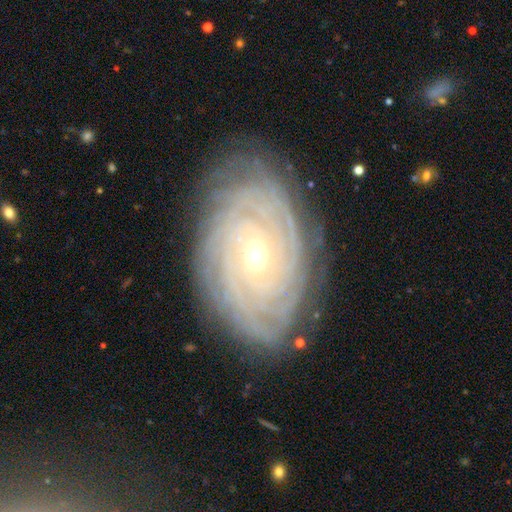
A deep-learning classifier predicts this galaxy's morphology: Smooth or featured?
  - featured or disk: 89% *
  - smooth: 6%
  - star or artifact: 5%
Edge-on disk?
  - no: 96% *
  - yes: 4%
Bar?
  - no: 63% *
  - weak: 27%
  - strong: 10%
Spiral arms?
  - yes: 98% *
  - no: 2%
Spiral winding?
  - tight: 89% *
  - medium: 9%
  - loose: 2%
Spiral arm count?
  - can't tell: 27% *
  - more than 4: 24%
  - 4: 20%
  - 3: 11%
  - 2: 10%
  - 1: 8%
Bulge size?
  - small: 75% *
  - moderate: 22%
  - large: 1%
  - none: 1%
  - dominant: 1%
Merging?
  - none: 83% *
  - minor disturbance: 13%
  - major disturbance: 3%
  - merger: 1%